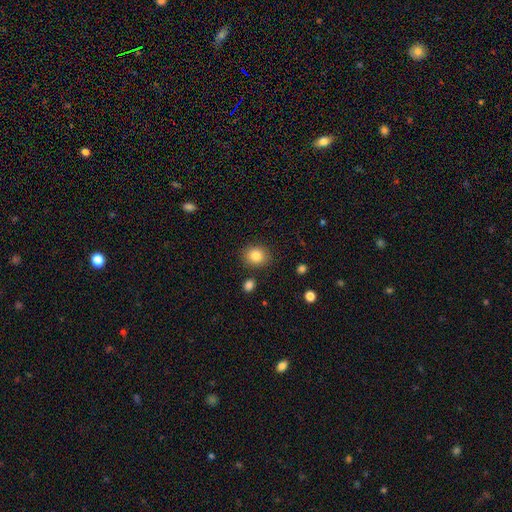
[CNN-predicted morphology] Smooth or featured? Predicted: smooth (p=0.85). How rounded? Predicted: round (p=0.74). Merging? Predicted: none (p=0.86).